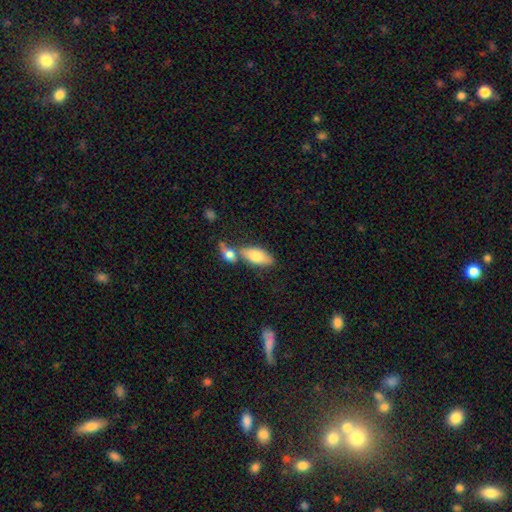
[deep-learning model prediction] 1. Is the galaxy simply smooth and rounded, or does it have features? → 75% smooth, 19% featured or disk, 6% star or artifact.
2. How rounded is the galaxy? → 83% in between, 14% cigar-shaped, 3% round.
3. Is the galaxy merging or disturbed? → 45% none, 39% merger, 11% minor disturbance, 4% major disturbance.